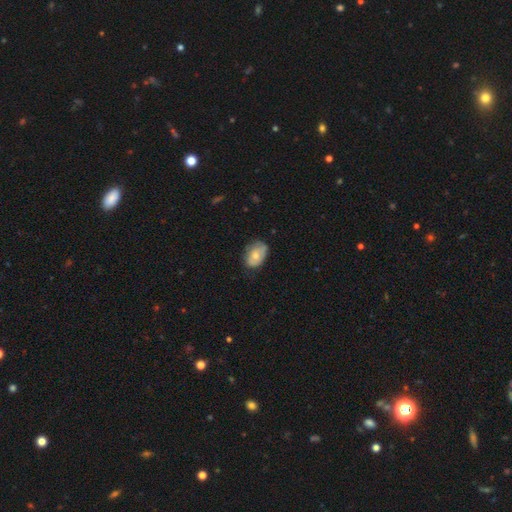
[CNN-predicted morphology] type=smooth (68%); roundness=in between (85%); merging=none (63%).